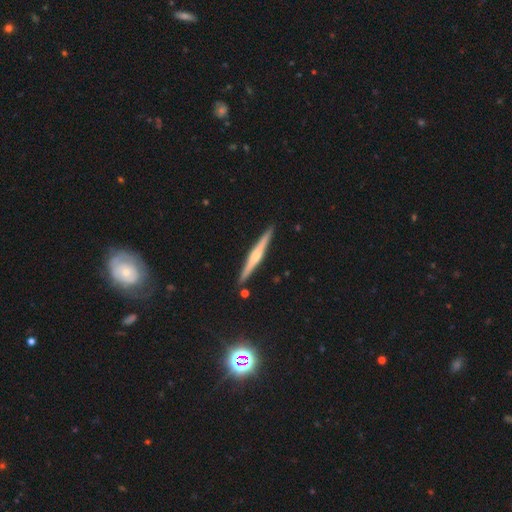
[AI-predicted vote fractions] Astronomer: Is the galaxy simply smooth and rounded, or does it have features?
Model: featured or disk — 70%.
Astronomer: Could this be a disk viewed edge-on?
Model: yes — 98%.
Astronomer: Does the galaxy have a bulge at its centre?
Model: rounded — 70%.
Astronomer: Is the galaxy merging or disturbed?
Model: none — 91%.